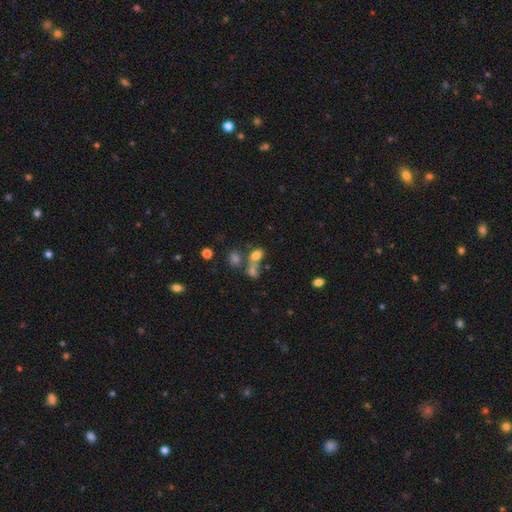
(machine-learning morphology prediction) Overall: smooth (71%). How rounded: in between (63%; round 34%). Merging: merger (43%; none 37%).